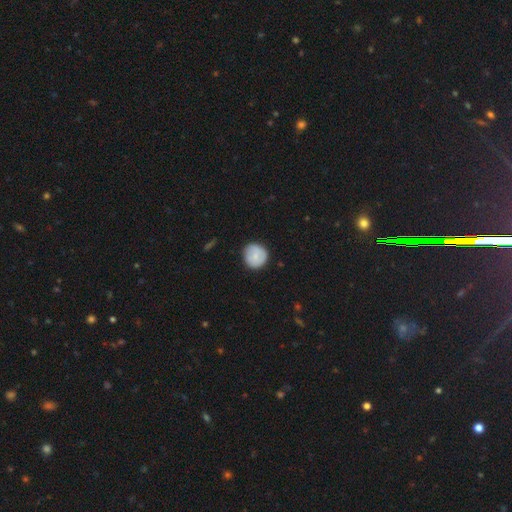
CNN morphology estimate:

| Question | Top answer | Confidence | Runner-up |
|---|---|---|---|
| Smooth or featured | smooth | 79% | featured or disk (15%) |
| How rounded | round | 93% | in between (6%) |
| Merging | none | 83% | minor disturbance (13%) |